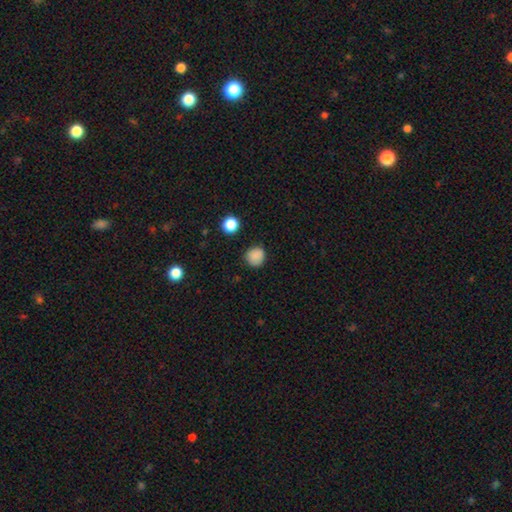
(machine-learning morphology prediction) This appears to be a smooth galaxy with no disk features (85%) that is round (90%). Merging: none (84%).